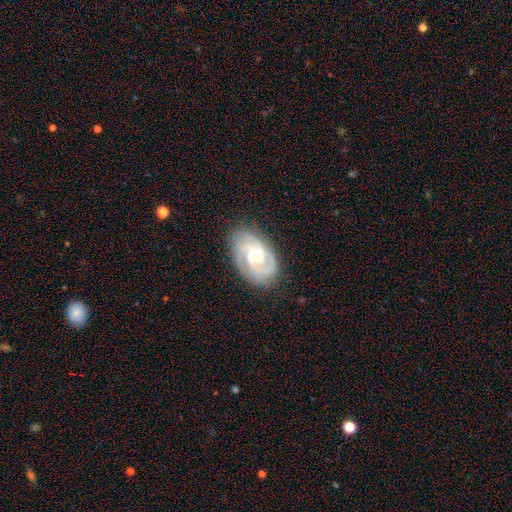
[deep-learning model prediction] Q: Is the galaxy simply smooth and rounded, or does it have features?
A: featured or disk — 87%.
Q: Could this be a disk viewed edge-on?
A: no — 96%.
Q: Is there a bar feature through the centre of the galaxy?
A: no — 52%.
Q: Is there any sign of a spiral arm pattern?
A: yes — 97%.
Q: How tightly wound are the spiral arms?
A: tight — 55%.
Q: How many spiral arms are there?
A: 2 — 39%.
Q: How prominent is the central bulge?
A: moderate — 66%.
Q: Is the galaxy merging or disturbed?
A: none — 81%.